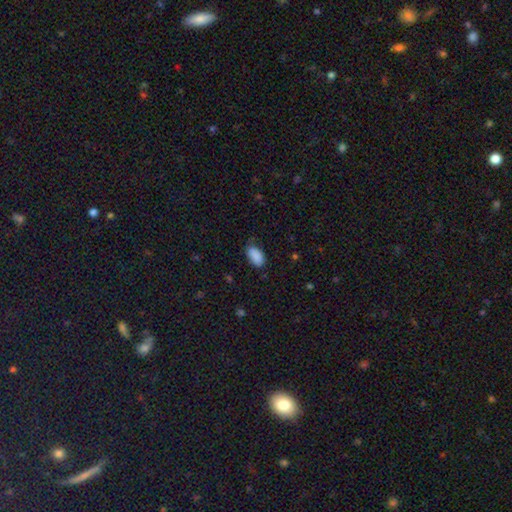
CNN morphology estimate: Overall: smooth (89%). How rounded: in between (94%). Merging: none (73%).